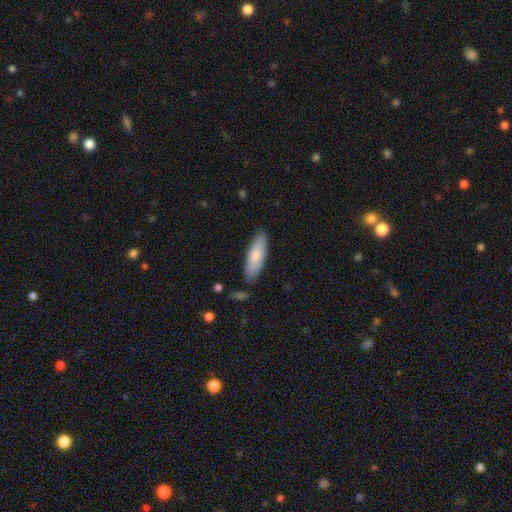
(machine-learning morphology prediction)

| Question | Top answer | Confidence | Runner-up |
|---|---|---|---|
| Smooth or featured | smooth | 79% | featured or disk (15%) |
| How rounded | in between | 58% | cigar-shaped (40%) |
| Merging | none | 84% | minor disturbance (11%) |